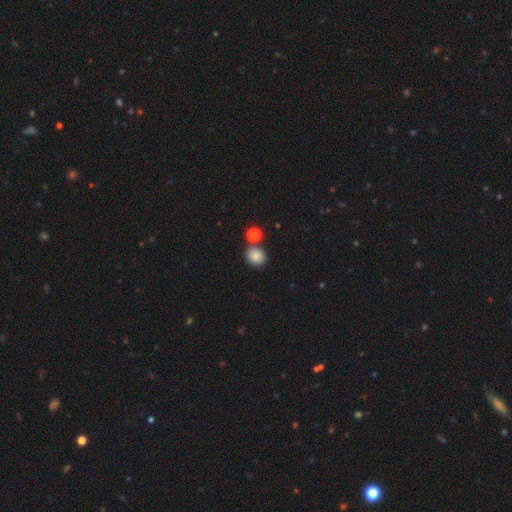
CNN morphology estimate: smooth 84%, star or artifact 11%, featured or disk 5%. Down the decision tree: how rounded — round (78%); merging — none (76%).